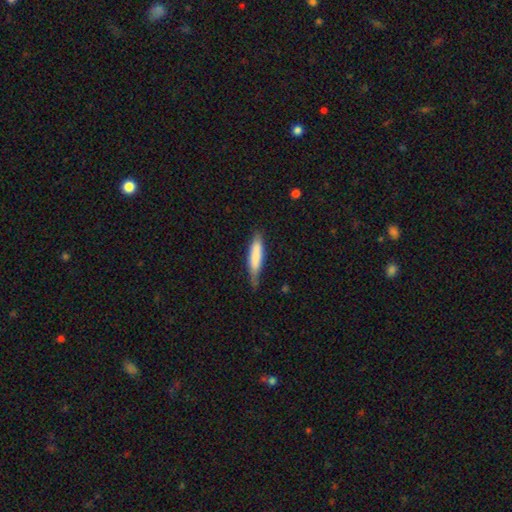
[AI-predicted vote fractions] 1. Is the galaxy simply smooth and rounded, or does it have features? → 77% smooth, 17% featured or disk, 6% star or artifact.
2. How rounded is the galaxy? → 77% cigar-shaped, 22% in between, 1% round.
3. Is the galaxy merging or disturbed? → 62% none, 30% minor disturbance, 6% major disturbance, 2% merger.